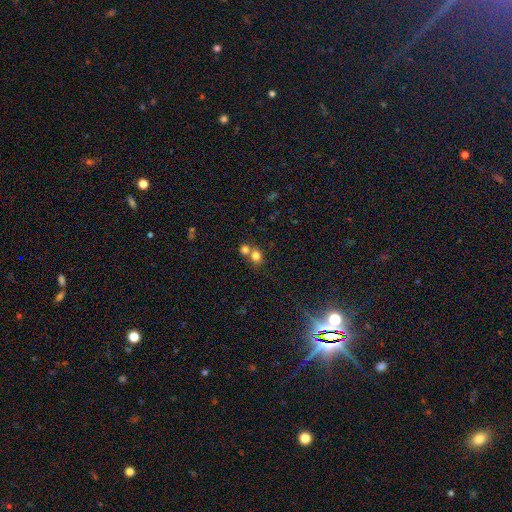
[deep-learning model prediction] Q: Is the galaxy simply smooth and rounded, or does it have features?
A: smooth — 79%.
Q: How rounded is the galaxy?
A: round — 79%.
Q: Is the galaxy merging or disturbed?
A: merger — 46%.